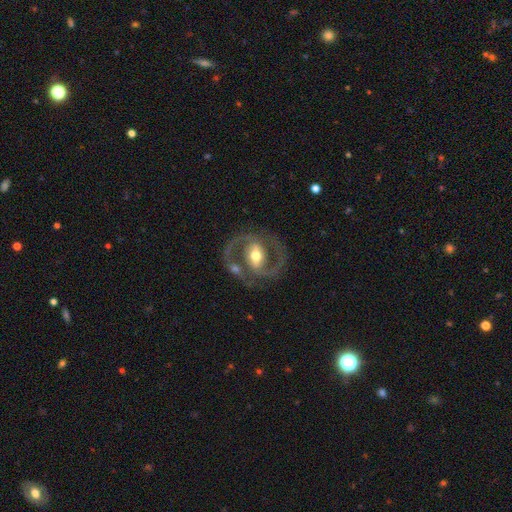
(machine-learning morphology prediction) Smooth or featured? featured or disk (89%)
Edge-on disk? no (97%)
Bar? strong (46%)
Spiral arms? yes (95%)
Spiral winding? medium (61%)
Spiral arm count? 2 (92%)
Bulge size? moderate (71%)
Merging? none (75%)